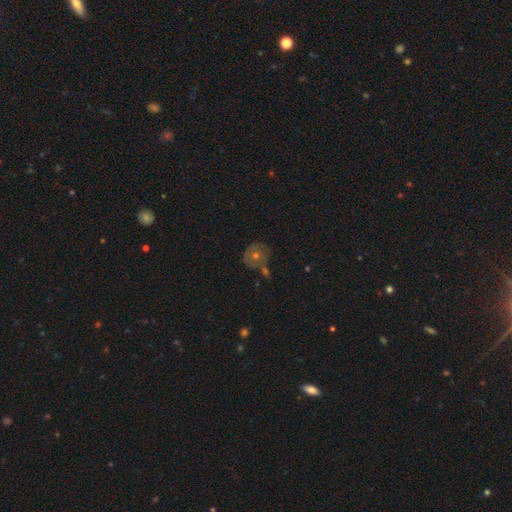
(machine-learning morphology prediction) A featured or disk galaxy (41%, tied with smooth). Merging: none (66%).